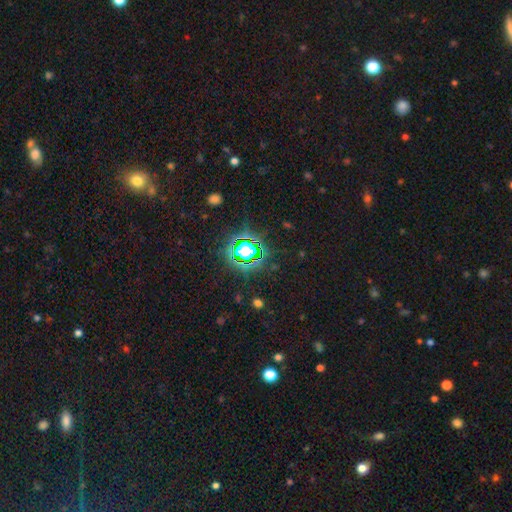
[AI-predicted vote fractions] star or artifact 77%, smooth 15%, featured or disk 8%.